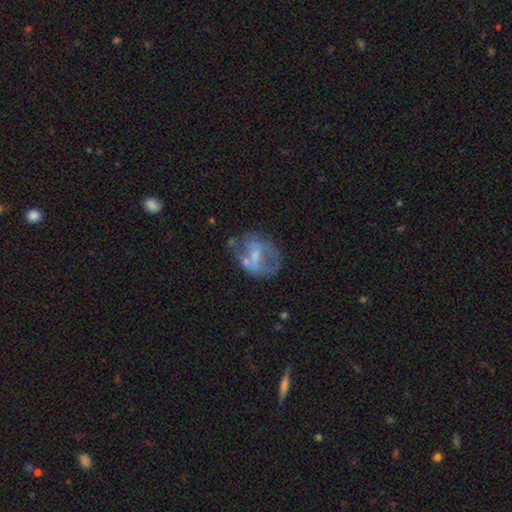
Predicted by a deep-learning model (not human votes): Q: Smooth or featured?
A: featured or disk (59%); runner-up: smooth (32%)
Q: Edge-on disk?
A: no (96%); runner-up: yes (4%)
Q: Bar?
A: no (41%); runner-up: weak (40%)
Q: Spiral arms?
A: no (61%); runner-up: yes (39%)
Q: Bulge size?
A: small (44%); runner-up: moderate (30%)
Q: Merging?
A: none (46%); runner-up: minor disturbance (23%)